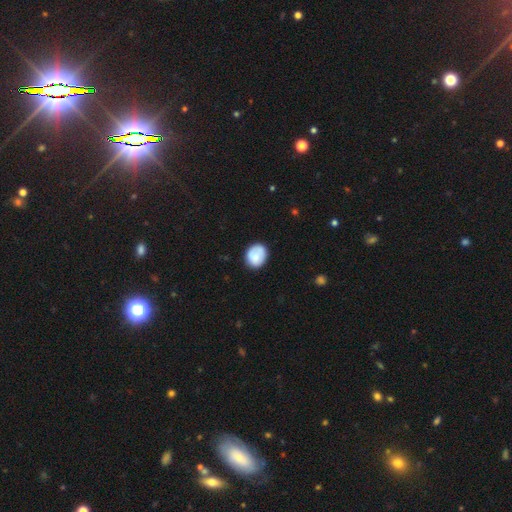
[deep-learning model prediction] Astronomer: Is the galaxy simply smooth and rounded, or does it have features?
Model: smooth — 82%.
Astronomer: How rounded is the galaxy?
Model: round — 60% (runner-up: in between, 39%).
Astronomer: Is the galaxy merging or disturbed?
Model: none — 78%.